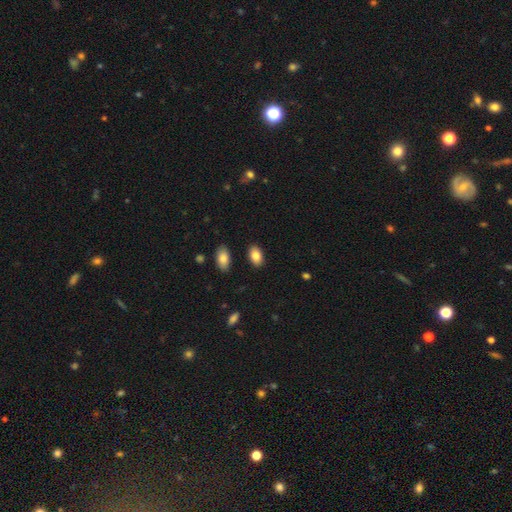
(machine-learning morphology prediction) smooth 86%, star or artifact 7%, featured or disk 7%. Down the decision tree: how rounded — in between (92%); merging — none (86%).